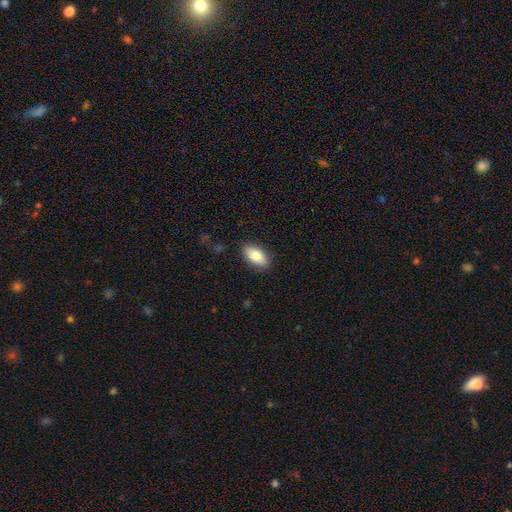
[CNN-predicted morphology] A smooth galaxy with no disk features (80%) that is in between round and cigar-shaped (90%).

Vote fractions:
- Smooth or featured? smooth: 80% / featured or disk: 13% / star or artifact: 7%
- How rounded? in between: 90% / cigar-shaped: 6% / round: 4%
- Merging? none: 87% / minor disturbance: 10% / major disturbance: 2% / merger: 1%